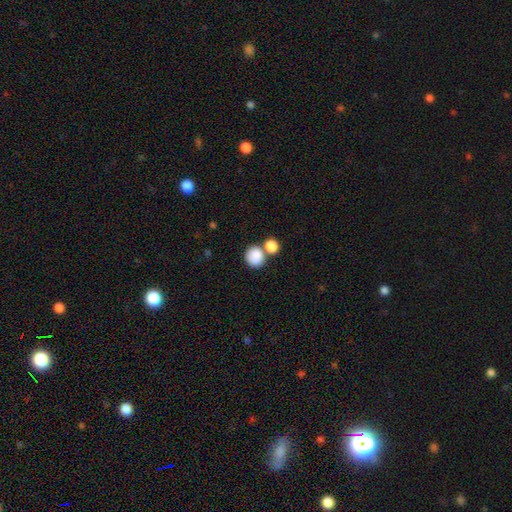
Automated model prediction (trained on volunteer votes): smooth_or_featured: smooth (p=0.86) [alt: star or artifact p=0.08]
how_rounded: round (p=0.83) [alt: in between p=0.16]
merging: none (p=0.51) [alt: merger p=0.37]